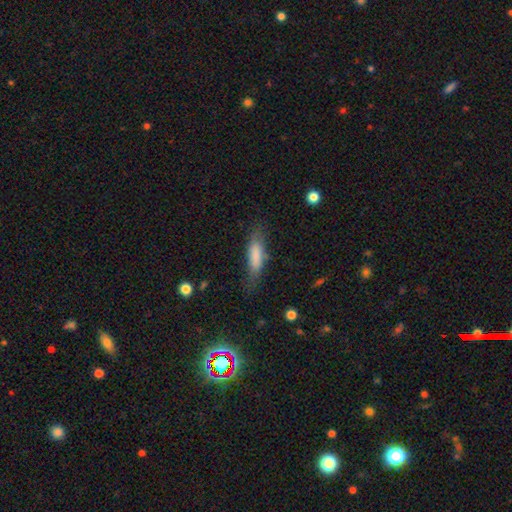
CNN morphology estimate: Smooth or featured?
  - smooth: 76% *
  - featured or disk: 17%
  - star or artifact: 7%
How rounded?
  - cigar-shaped: 56% *
  - in between: 42%
  - round: 2%
Merging?
  - none: 63% *
  - minor disturbance: 25%
  - major disturbance: 10%
  - merger: 2%